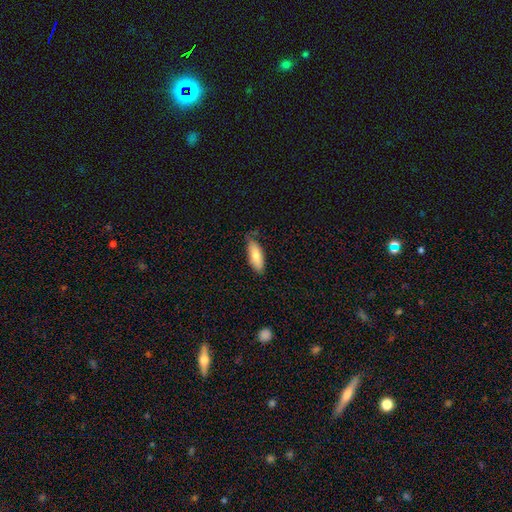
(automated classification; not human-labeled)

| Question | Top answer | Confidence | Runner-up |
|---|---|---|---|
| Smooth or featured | smooth | 76% | featured or disk (18%) |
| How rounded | in between | 68% | cigar-shaped (30%) |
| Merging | none | 73% | minor disturbance (22%) |